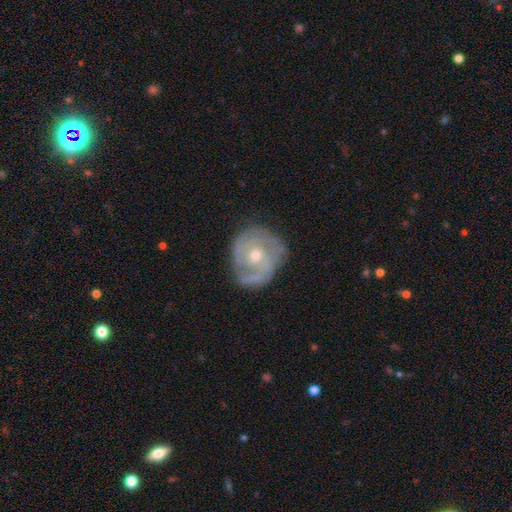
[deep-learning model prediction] smooth_or_featured: featured or disk (p=0.78) [alt: smooth p=0.16]
disk_edge_on: no (p=0.97) [alt: yes p=0.03]
bar: no (p=0.74) [alt: weak p=0.22]
has_spiral_arms: yes (p=0.87) [alt: no p=0.13]
spiral_winding: tight (p=0.62) [alt: medium p=0.29]
spiral_arm_count: can't tell (p=0.33) [alt: 2 p=0.30]
bulge_size: moderate (p=0.63) [alt: small p=0.32]
merging: none (p=0.69) [alt: minor disturbance p=0.21]